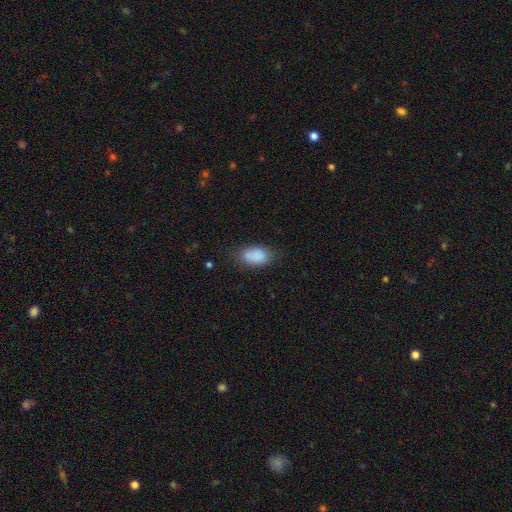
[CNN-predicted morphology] This appears to be a smooth galaxy with no disk features (86%) that is in between round and cigar-shaped (91%). Merging: none (71%).